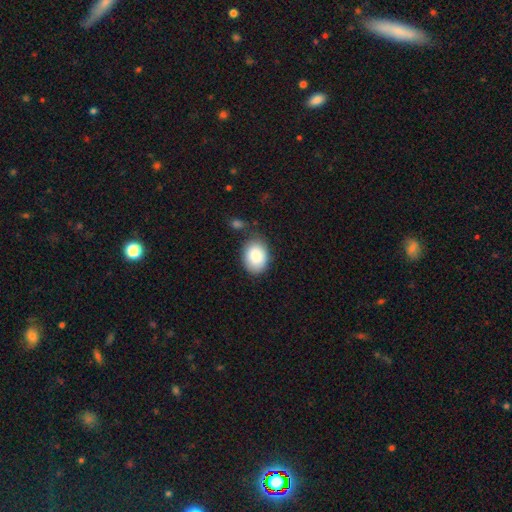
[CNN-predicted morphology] The model was most divided on "how rounded": in between: 70%, round: 29%, cigar-shaped: 1%. More confident: smooth or featured — smooth (86%); merging — none (72%).